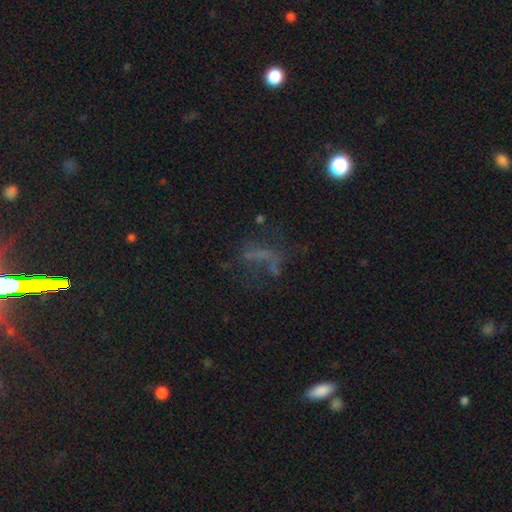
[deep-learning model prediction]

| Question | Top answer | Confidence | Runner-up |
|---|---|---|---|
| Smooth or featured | featured or disk | 36% | star or artifact (33%) |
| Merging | none | 44% | major disturbance (32%) |